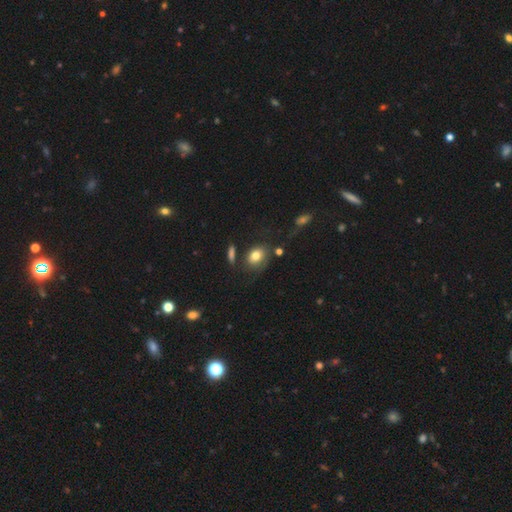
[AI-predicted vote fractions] smooth_or_featured: smooth (p=0.78) [alt: featured or disk p=0.13]
how_rounded: in between (p=0.59) [alt: round p=0.39]
merging: none (p=0.66) [alt: minor disturbance p=0.17]